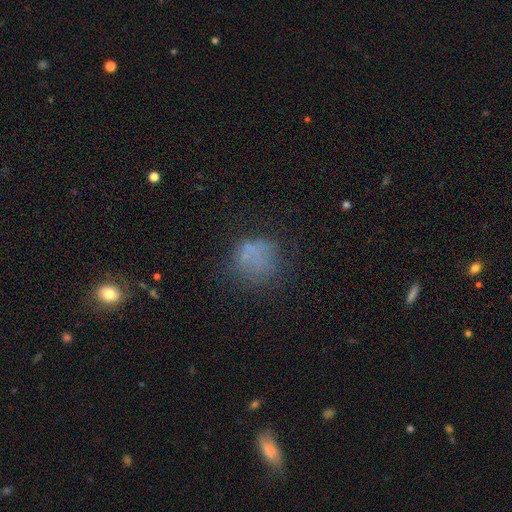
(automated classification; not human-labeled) Smooth or featured: smooth — 55% (featured or disk — 25%)
How rounded: round — 81% (in between — 18%)
Merging: none — 57% (minor disturbance — 20%)